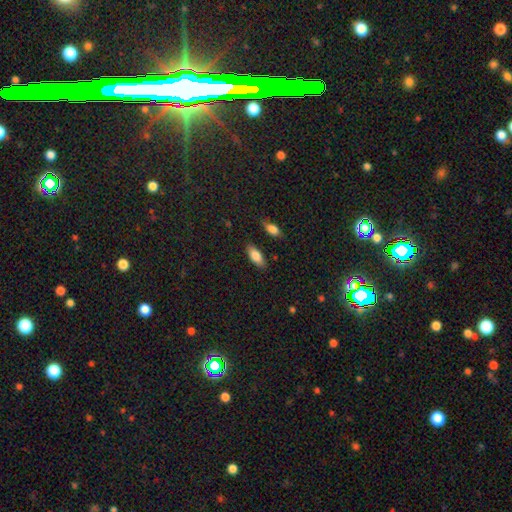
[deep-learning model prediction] Smooth or featured: smooth — 83% (featured or disk — 10%)
How rounded: in between — 83% (cigar-shaped — 15%)
Merging: none — 83% (minor disturbance — 11%)